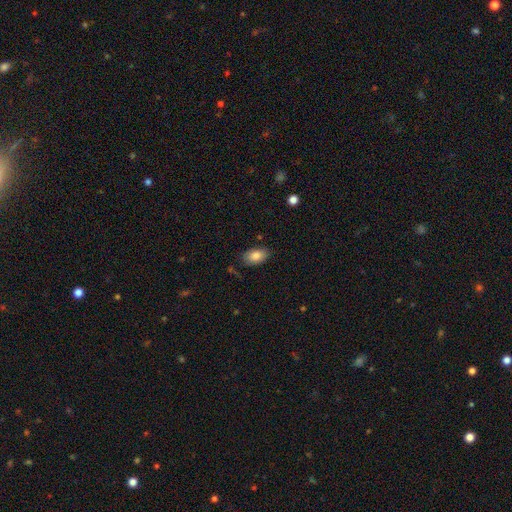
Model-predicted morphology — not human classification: This is clearly a smooth galaxy (85%). How rounded: clearly in between (91%). Merging: likely none (79%).